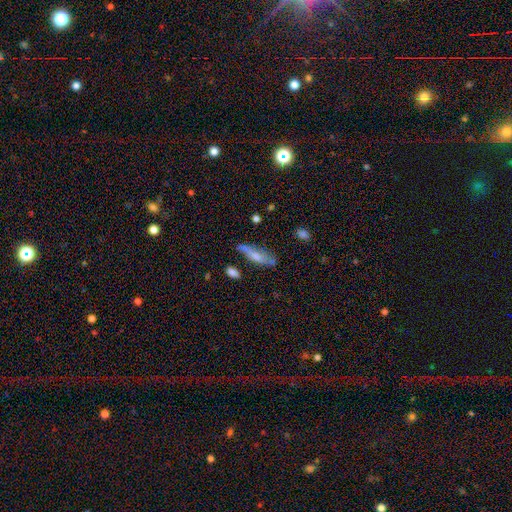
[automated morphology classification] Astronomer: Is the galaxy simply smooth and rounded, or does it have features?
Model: smooth — 61%.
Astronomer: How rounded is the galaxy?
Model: cigar-shaped — 60% (runner-up: in between, 38%).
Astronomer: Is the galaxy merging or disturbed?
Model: none — 58%.